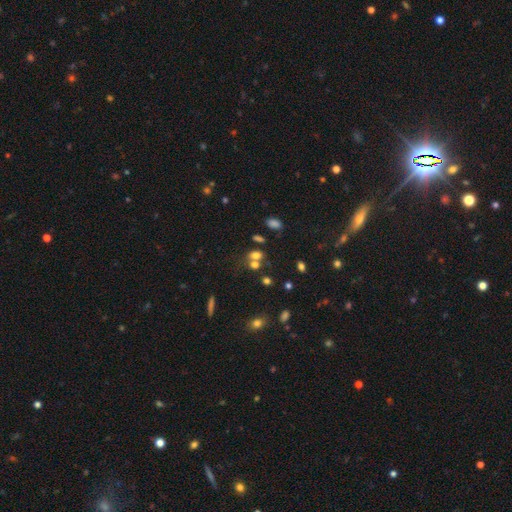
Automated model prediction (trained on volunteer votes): Smooth or featured? smooth (66%)
How rounded? in between (63%)
Merging? none (44%)